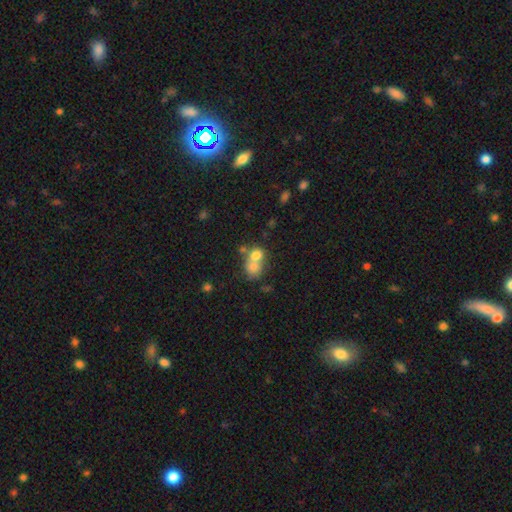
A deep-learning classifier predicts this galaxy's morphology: Q: Smooth or featured?
A: smooth (72%); runner-up: featured or disk (16%)
Q: How rounded?
A: round (67%); runner-up: in between (32%)
Q: Merging?
A: merger (66%); runner-up: none (25%)